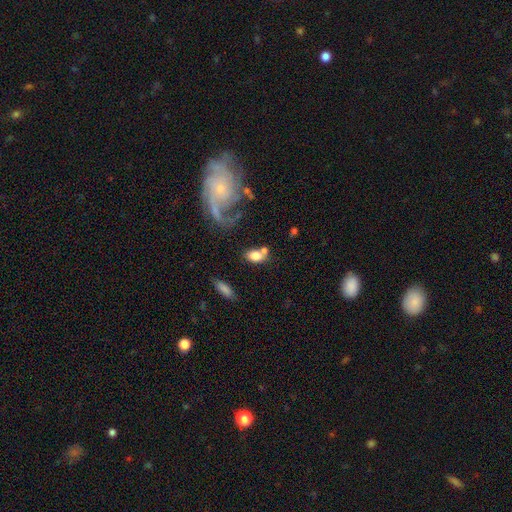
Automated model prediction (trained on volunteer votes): This is likely a smooth galaxy (73%). How rounded: clearly in between (85%). Merging: marginally none (45%).